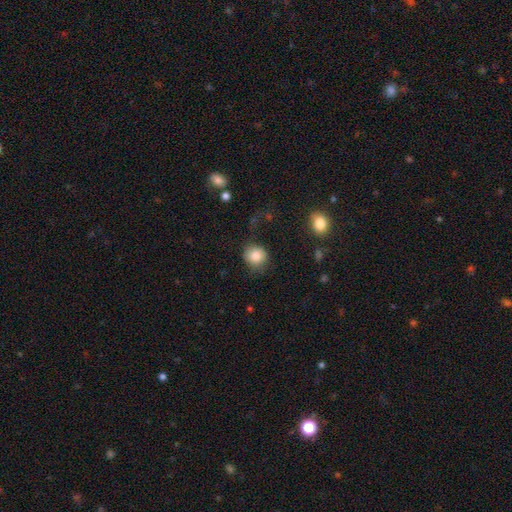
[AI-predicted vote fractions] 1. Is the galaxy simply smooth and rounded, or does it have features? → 85% smooth, 9% star or artifact, 6% featured or disk.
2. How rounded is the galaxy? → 86% round, 13% in between, 1% cigar-shaped.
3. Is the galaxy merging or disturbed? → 72% none, 18% minor disturbance, 8% major disturbance, 2% merger.